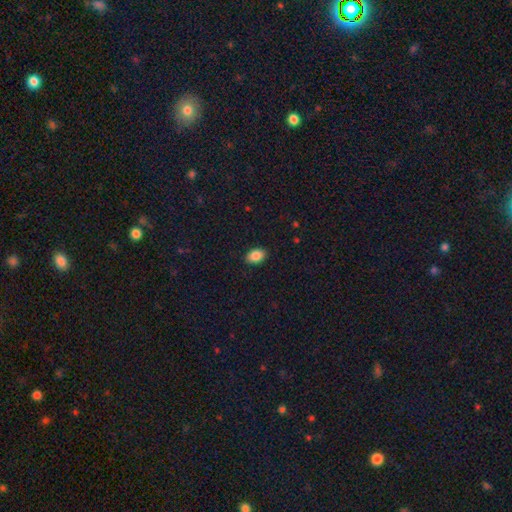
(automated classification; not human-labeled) Morphology: type=smooth (87%); roundness=in between (86%); merging=none (90%).